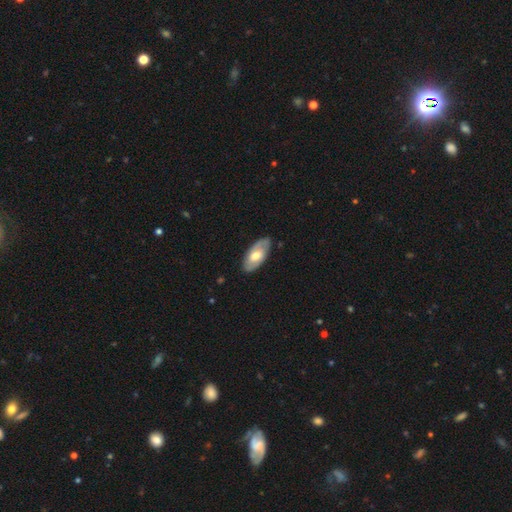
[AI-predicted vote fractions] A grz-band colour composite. It shows a featured or disk galaxy (50%). Merging: none (82%).